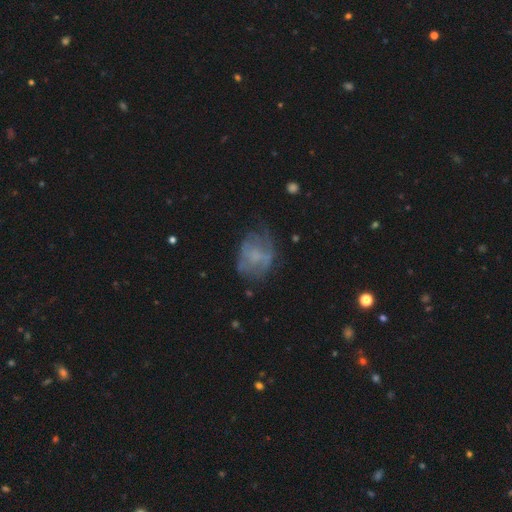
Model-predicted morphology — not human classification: Smooth or featured? featured or disk (50%)
Edge-on disk? no (97%)
Merging? none (44%)